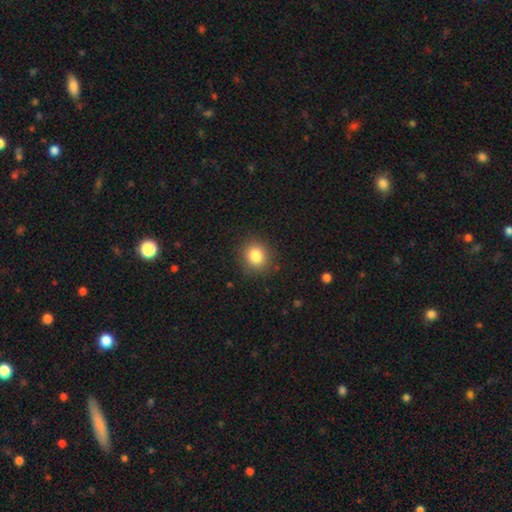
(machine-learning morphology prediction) Smooth or featured? smooth (84%)
How rounded? round (82%)
Merging? none (88%)